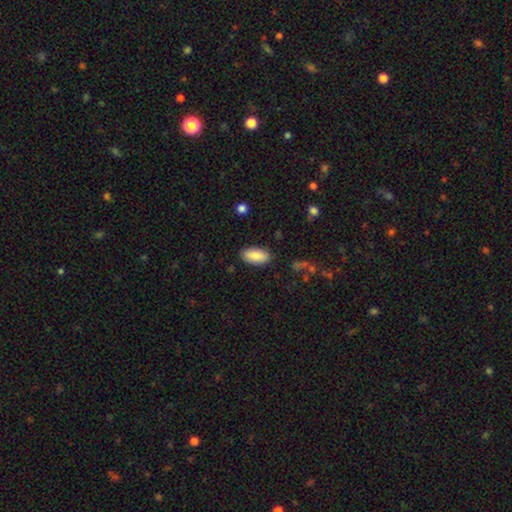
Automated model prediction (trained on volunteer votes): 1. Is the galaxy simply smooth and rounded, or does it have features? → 88% smooth, 6% star or artifact, 6% featured or disk.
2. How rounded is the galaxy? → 93% in between, 5% cigar-shaped, 2% round.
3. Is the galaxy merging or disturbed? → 87% none, 9% minor disturbance, 2% major disturbance, 1% merger.